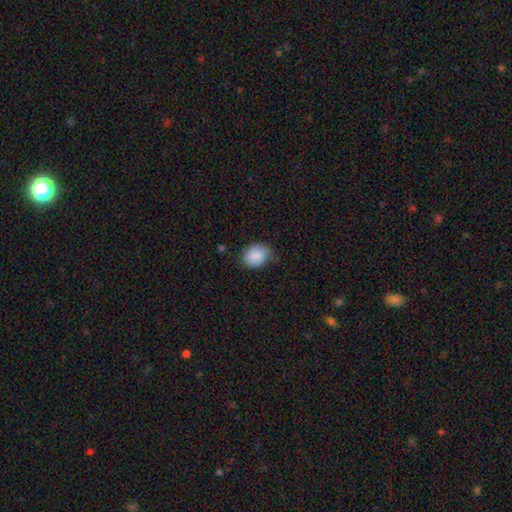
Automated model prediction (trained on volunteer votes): This is clearly a smooth galaxy (86%). How rounded: possibly in between (50%, tied with round). Merging: likely none (71%).